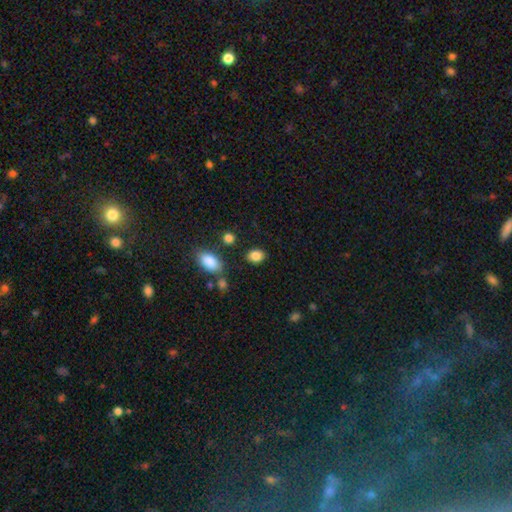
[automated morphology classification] smooth-or-featured: smooth: 86% | star or artifact: 9% | featured or disk: 5%
  how-rounded: in between: 66% | round: 32% | cigar-shaped: 1%
  merging: none: 83% | minor disturbance: 11% | merger: 4% | major disturbance: 3%